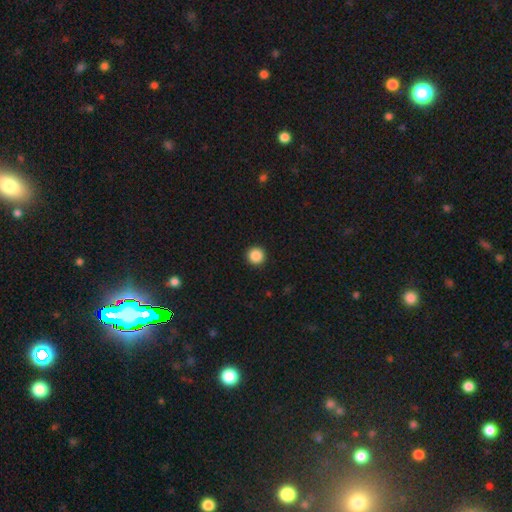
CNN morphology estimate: This appears to be a smooth galaxy with no disk features (87%) that is round (96%). Merging: none (94%).